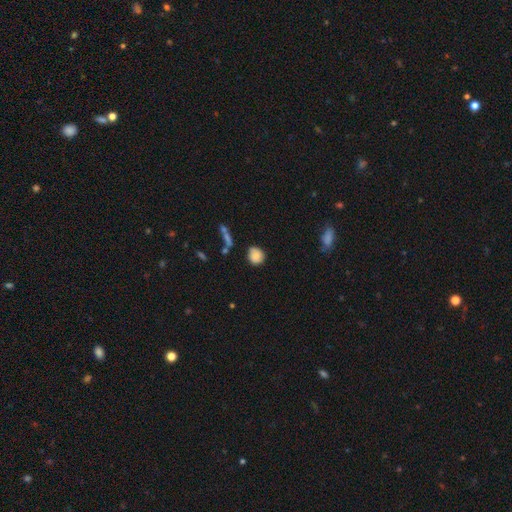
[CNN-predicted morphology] Smooth or featured? smooth (81%)
How rounded? round (83%)
Merging? none (76%)